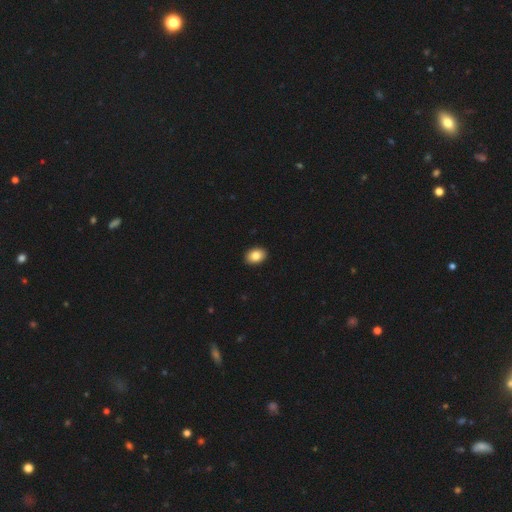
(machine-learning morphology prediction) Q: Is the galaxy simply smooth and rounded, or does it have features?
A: smooth — 85%.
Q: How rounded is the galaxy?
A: in between — 76%.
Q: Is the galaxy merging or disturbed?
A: none — 92%.